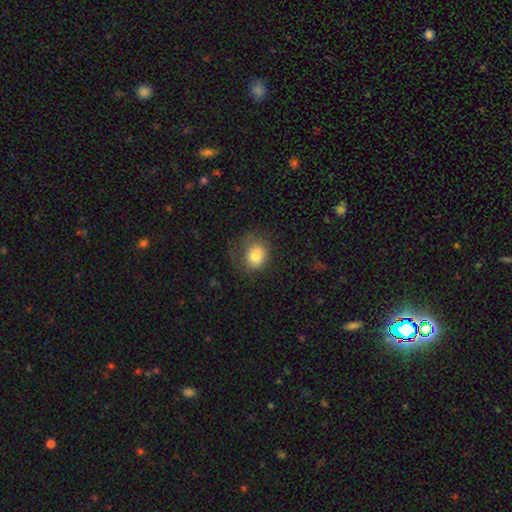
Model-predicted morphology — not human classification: Smooth or featured? Predicted: smooth (p=0.79). How rounded? Predicted: round (p=0.72). Merging? Predicted: none (p=0.55).